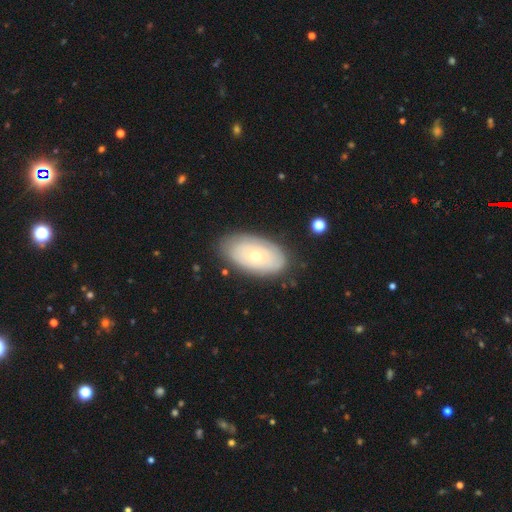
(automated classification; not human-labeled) smooth-or-featured: featured or disk: 53% | smooth: 41% | star or artifact: 6%
  disk-edge-on: no: 91% | yes: 9%
  merging: none: 81% | minor disturbance: 14% | major disturbance: 3% | merger: 1%